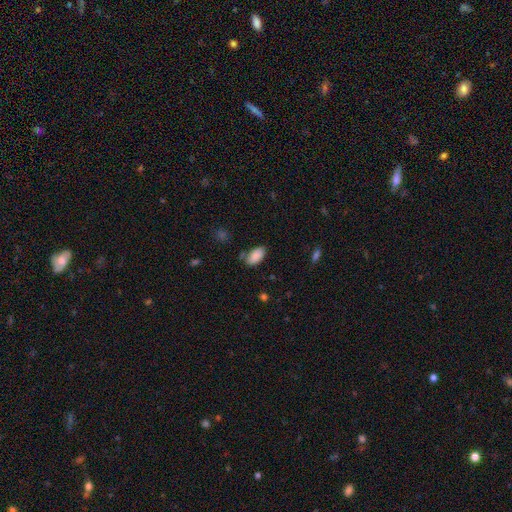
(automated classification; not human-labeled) Smooth or featured? smooth (88%)
How rounded? in between (94%)
Merging? none (72%)